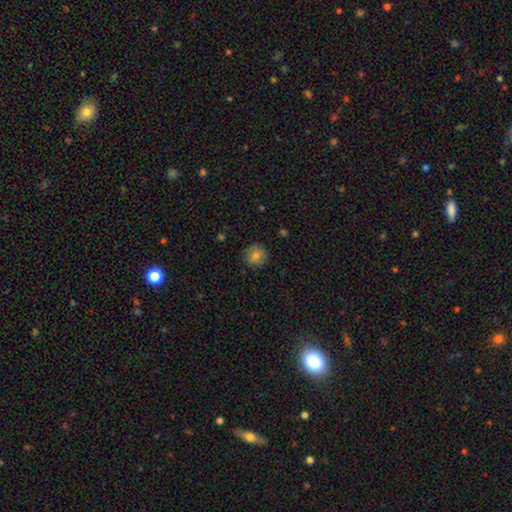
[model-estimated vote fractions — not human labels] This is likely a smooth galaxy (78%). How rounded: clearly round (88%). Merging: clearly none (83%).